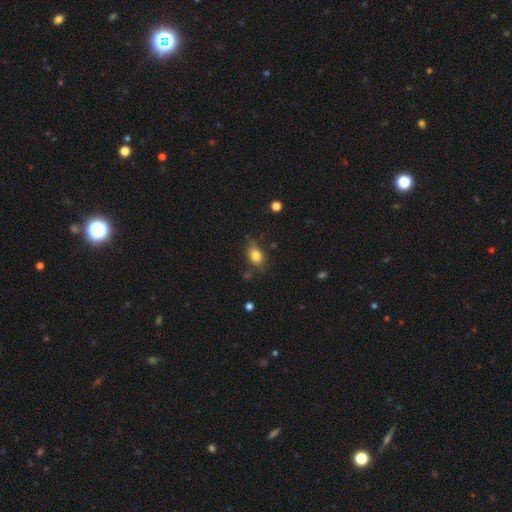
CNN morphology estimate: A smooth galaxy with no disk features (80%) that is in between round and cigar-shaped (71%).

Vote fractions:
- Smooth or featured? smooth: 80% / featured or disk: 10% / star or artifact: 10%
- How rounded? in between: 71% / round: 27% / cigar-shaped: 3%
- Merging? none: 67% / minor disturbance: 24% / major disturbance: 6% / merger: 3%